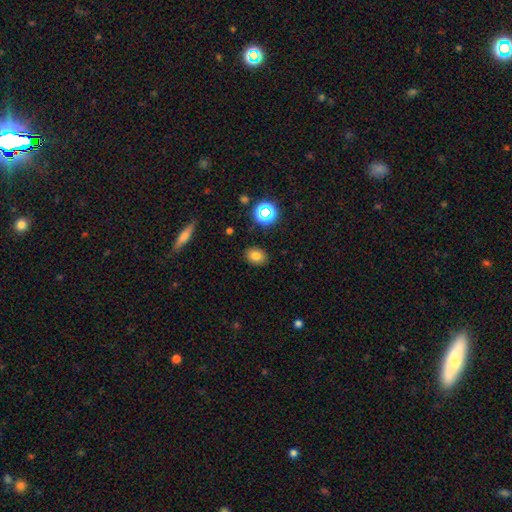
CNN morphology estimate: Smooth or featured? smooth (79%)
How rounded? in between (61%)
Merging? none (88%)